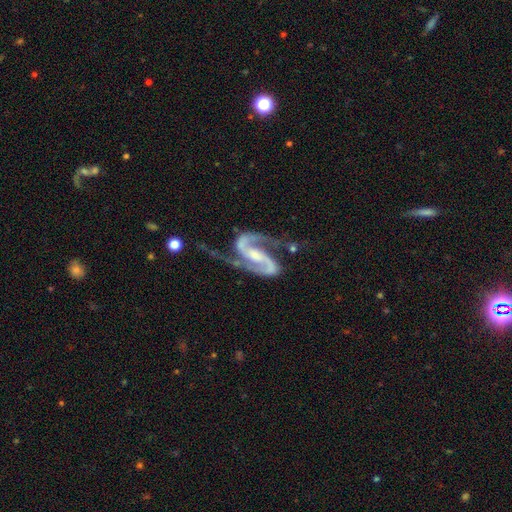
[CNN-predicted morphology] Smooth or featured?
  - featured or disk: 94% *
  - star or artifact: 4%
  - smooth: 2%
Edge-on disk?
  - no: 98% *
  - yes: 2%
Bar?
  - weak: 39% *
  - strong: 38%
  - no: 24%
Spiral arms?
  - yes: 99% *
  - no: 1%
Spiral winding?
  - medium: 60% *
  - loose: 23%
  - tight: 17%
Spiral arm count?
  - 2: 94% *
  - can't tell: 1%
  - 1: 1%
  - 3: 1%
  - 4: 1%
  - more than 4: 1%
Bulge size?
  - small: 40% * (tied)
  - moderate: 40% * (tied)
  - none: 13%
  - large: 5%
  - dominant: 1%
Merging?
  - none: 57% *
  - minor disturbance: 22%
  - major disturbance: 17%
  - merger: 4%